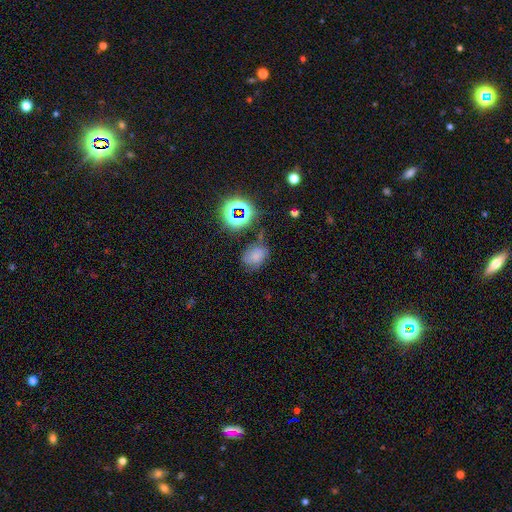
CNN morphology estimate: The model was most divided on "smooth or featured": smooth: 51%, star or artifact: 25%, featured or disk: 23%. More confident: how rounded — in between (65%); merging — none (57%).